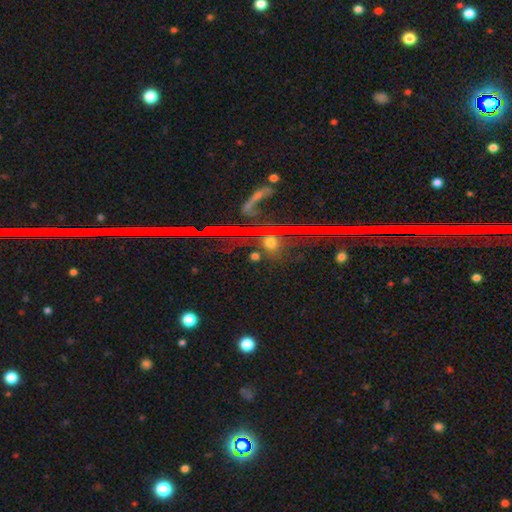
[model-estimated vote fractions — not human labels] Smooth or featured? Predicted: star or artifact (p=0.59).